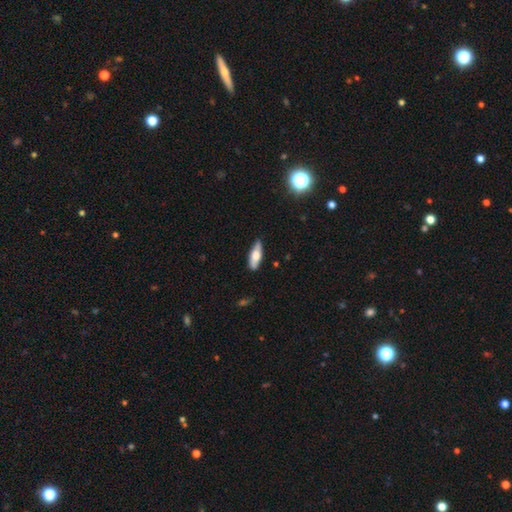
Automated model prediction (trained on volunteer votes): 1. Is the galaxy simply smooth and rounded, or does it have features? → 60% smooth, 34% featured or disk, 6% star or artifact.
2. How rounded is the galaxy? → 58% in between, 40% cigar-shaped, 2% round.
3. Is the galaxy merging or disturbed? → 81% none, 15% minor disturbance, 3% major disturbance, 1% merger.